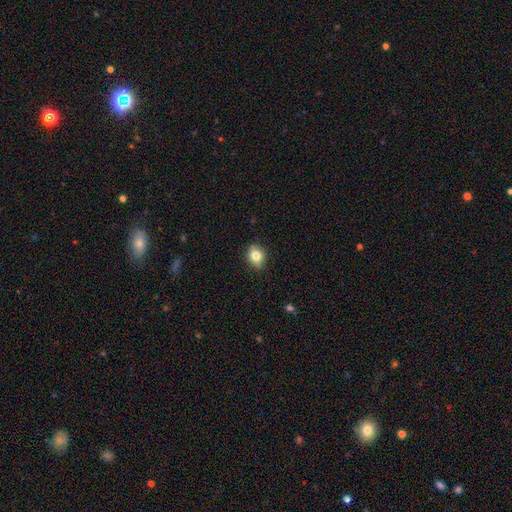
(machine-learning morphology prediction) Smooth or featured? smooth (78%)
How rounded? round (58%)
Merging? none (81%)